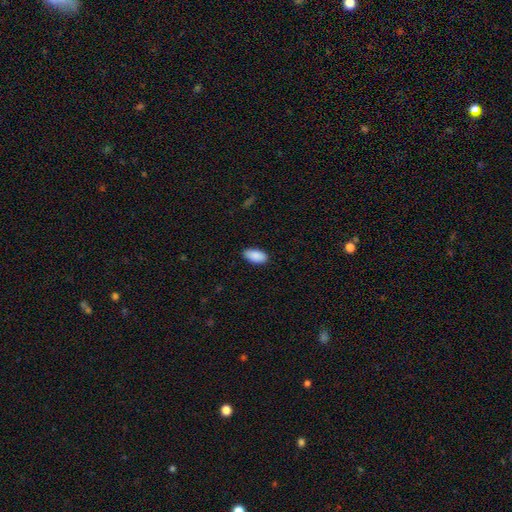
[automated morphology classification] Smooth or featured? smooth (90%)
How rounded? in between (94%)
Merging? none (87%)